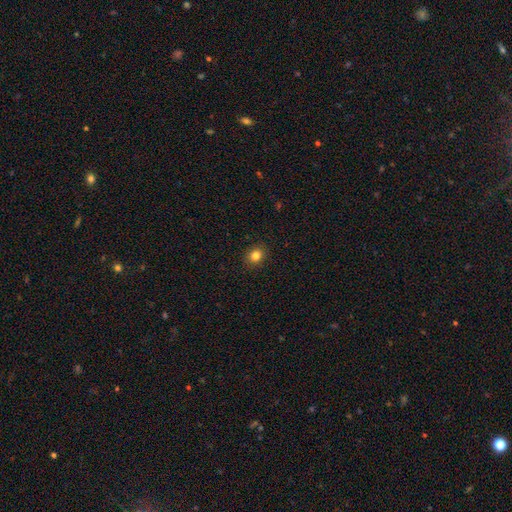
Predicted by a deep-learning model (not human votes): Smooth or featured? Predicted: smooth (p=0.82). How rounded? Predicted: round (p=0.74). Merging? Predicted: none (p=0.91).